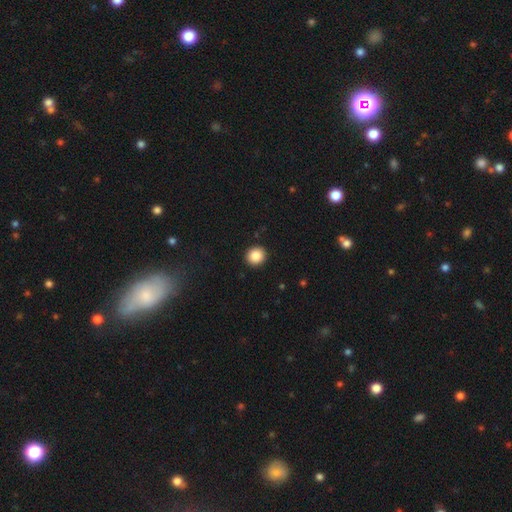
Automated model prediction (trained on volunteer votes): smooth 87%, star or artifact 9%, featured or disk 3%. Down the decision tree: how rounded — round (88%); merging — none (92%).